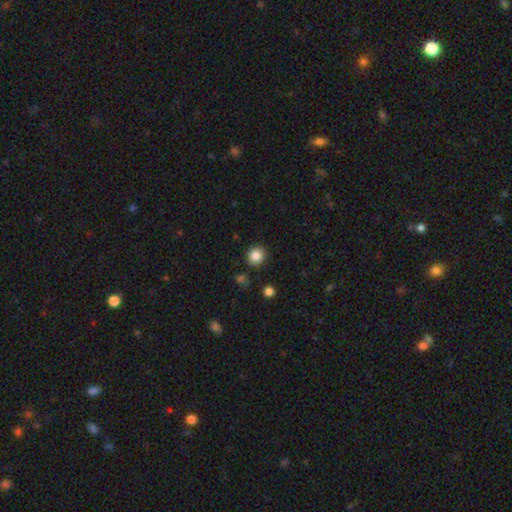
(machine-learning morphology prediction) smooth 86%, star or artifact 10%, featured or disk 4%. Down the decision tree: how rounded — round (92%); merging — none (89%).